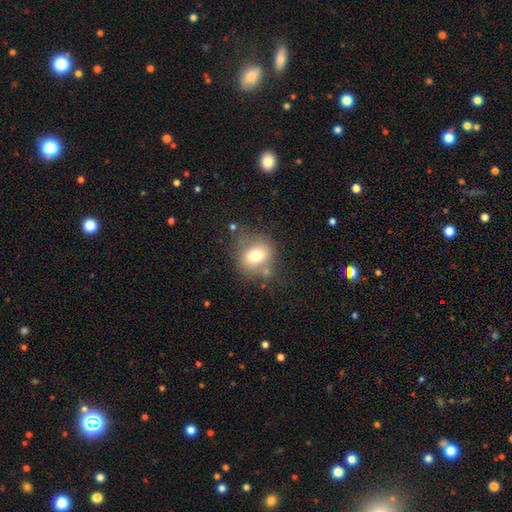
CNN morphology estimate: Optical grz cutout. It shows a smooth galaxy with no disk features (69%) that is round (65%). Merging: none (63%).